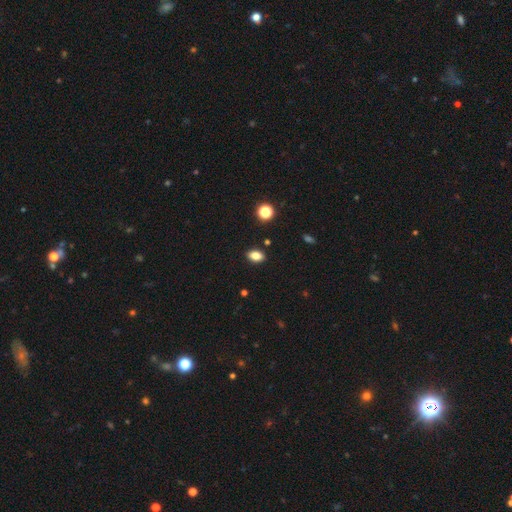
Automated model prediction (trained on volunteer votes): smooth 82%, star or artifact 11%, featured or disk 7%. Down the decision tree: how rounded — in between (83%); merging — none (89%).